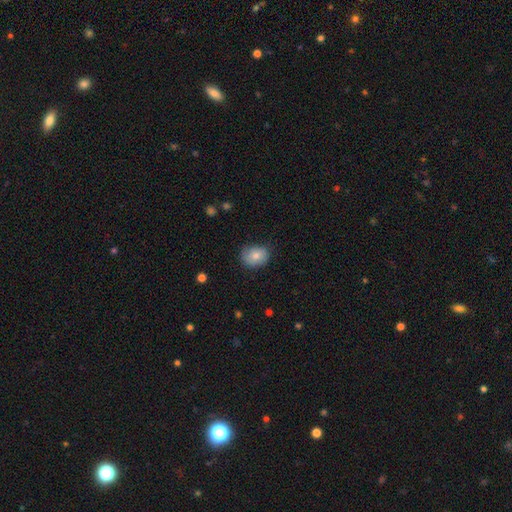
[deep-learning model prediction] Smooth or featured? Predicted: smooth (p=0.79). How rounded? Predicted: in between (p=0.56). Merging? Predicted: none (p=0.73).